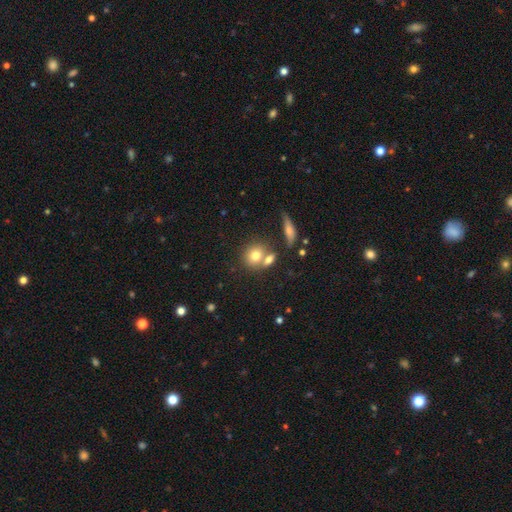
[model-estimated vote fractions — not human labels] The model was most divided on "merging": none: 47%, merger: 39%, minor disturbance: 10%, major disturbance: 4%. More confident: smooth or featured — smooth (74%); how rounded — round (67%).